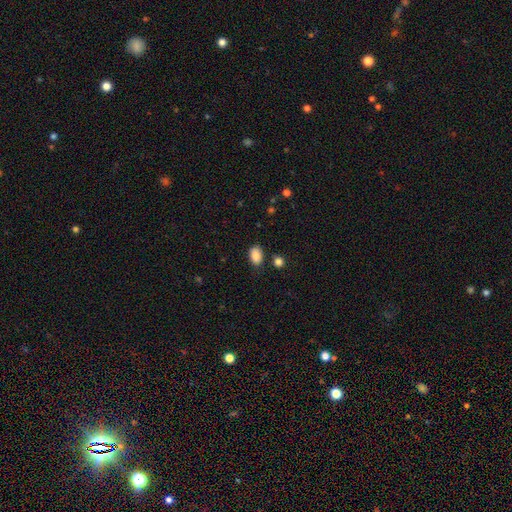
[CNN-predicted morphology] This is clearly a smooth galaxy (88%). How rounded: clearly in between (87%). Merging: likely none (79%).